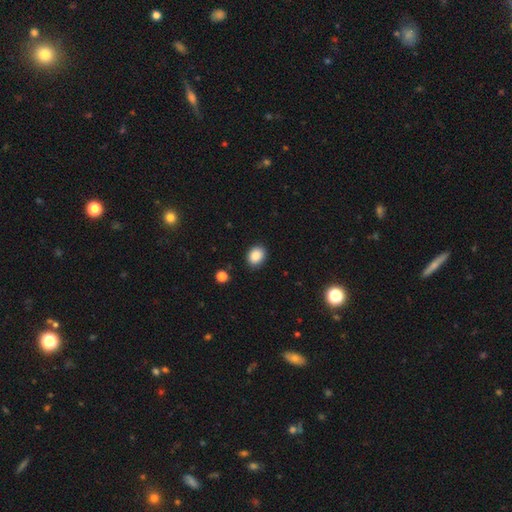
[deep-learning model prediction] Overall: smooth (88%). How rounded: in between (57%; round 42%). Merging: none (89%).